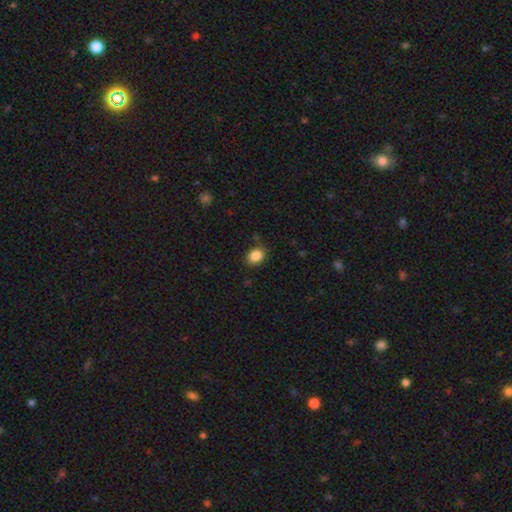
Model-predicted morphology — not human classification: smooth 86%, star or artifact 9%, featured or disk 4%. Down the decision tree: how rounded — round (53%); merging — none (85%).